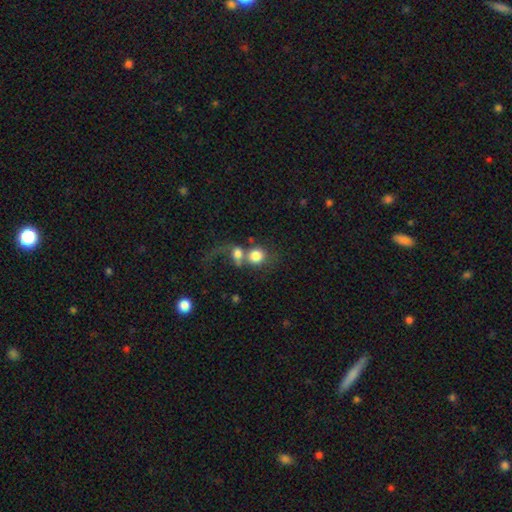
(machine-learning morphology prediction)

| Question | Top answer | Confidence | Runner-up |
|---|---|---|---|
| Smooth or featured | smooth | 74% | featured or disk (17%) |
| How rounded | round | 75% | in between (23%) |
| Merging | merger | 61% | none (20%) |